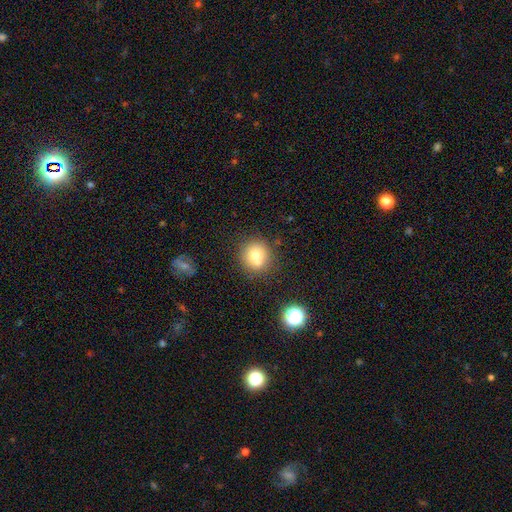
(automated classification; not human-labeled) smooth 73%, featured or disk 15%, star or artifact 12%. Down the decision tree: how rounded — round (88%); merging — none (66%).